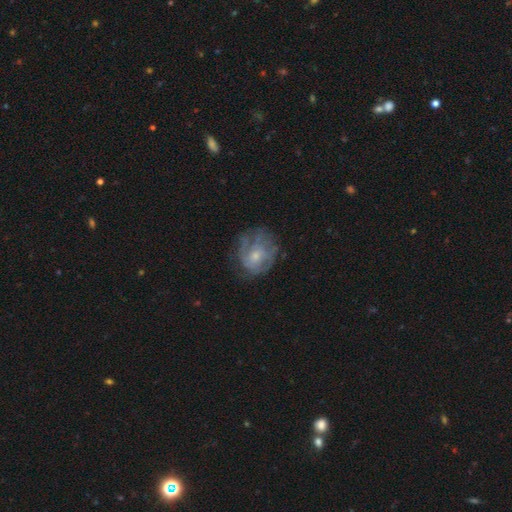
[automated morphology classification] Q: Smooth or featured?
A: featured or disk (59%); runner-up: smooth (32%)
Q: Edge-on disk?
A: no (97%); runner-up: yes (3%)
Q: Bar?
A: no (79%); runner-up: weak (19%)
Q: Spiral arms?
A: yes (61%); runner-up: no (39%)
Q: Bulge size?
A: small (62%); runner-up: moderate (31%)
Q: Merging?
A: none (59%); runner-up: minor disturbance (23%)